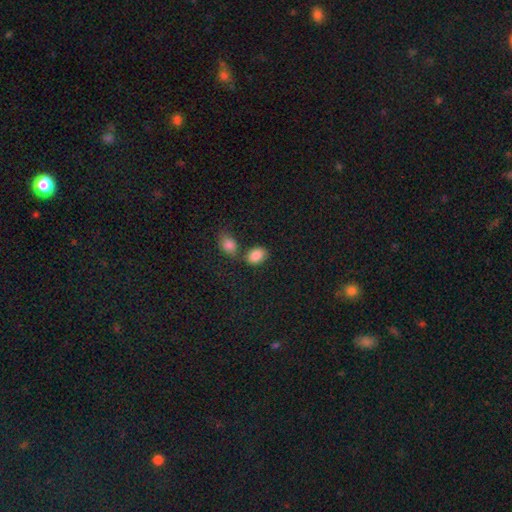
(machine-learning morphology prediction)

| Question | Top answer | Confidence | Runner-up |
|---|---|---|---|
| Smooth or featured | smooth | 86% | star or artifact (9%) |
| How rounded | in between | 81% | round (17%) |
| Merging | none | 60% | merger (23%) |